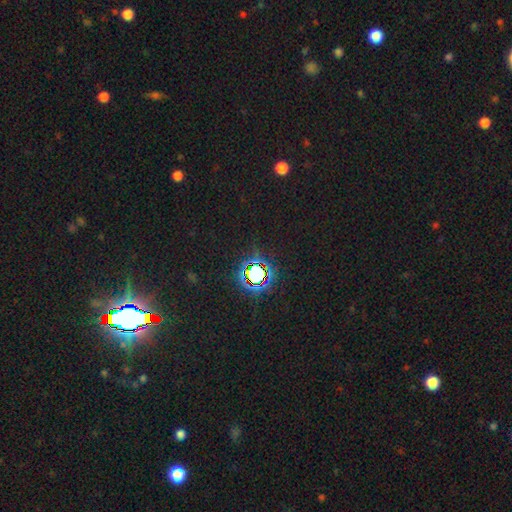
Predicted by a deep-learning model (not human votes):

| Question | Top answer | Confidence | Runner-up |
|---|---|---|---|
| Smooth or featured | star or artifact | 84% | smooth (9%) |